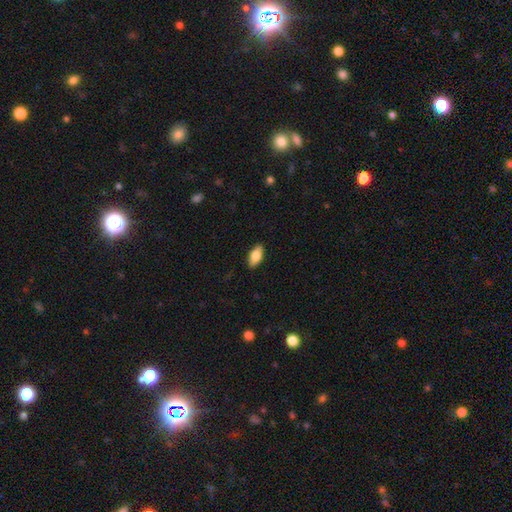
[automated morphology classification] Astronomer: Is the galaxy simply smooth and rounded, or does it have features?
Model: smooth — 82%.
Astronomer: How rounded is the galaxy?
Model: in between — 91%.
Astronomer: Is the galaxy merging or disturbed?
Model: none — 89%.